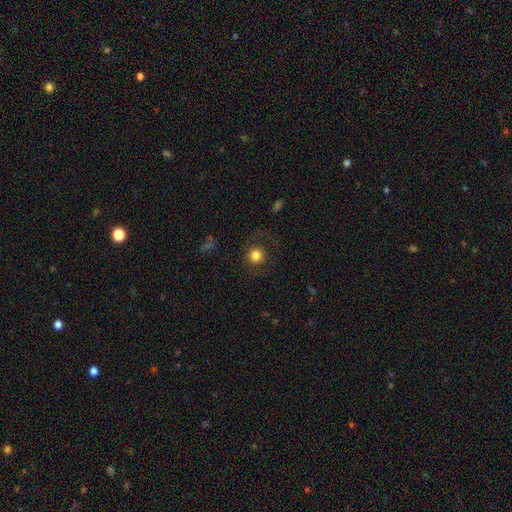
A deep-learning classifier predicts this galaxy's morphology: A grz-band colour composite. It shows a smooth galaxy with no disk features (79%) that is round (92%). Merging: none (80%).